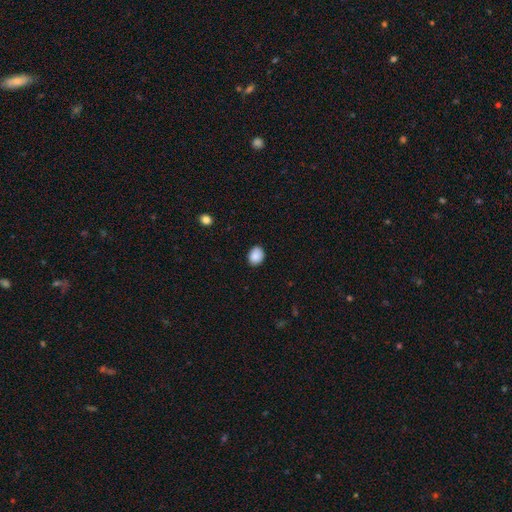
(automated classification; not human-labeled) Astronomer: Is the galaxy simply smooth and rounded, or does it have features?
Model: smooth — 89%.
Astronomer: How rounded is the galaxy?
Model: in between — 55% (runner-up: round, 44%).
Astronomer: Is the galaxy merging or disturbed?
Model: none — 88%.